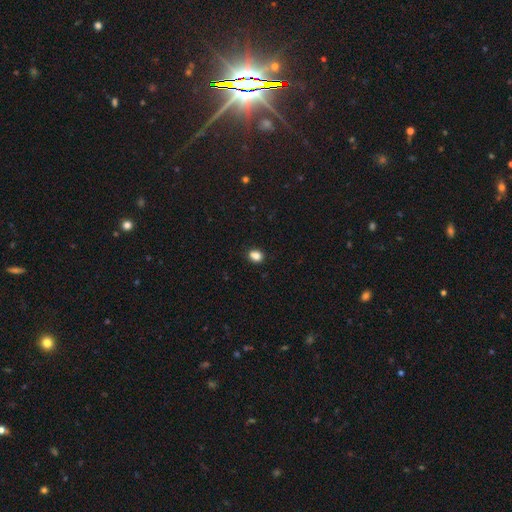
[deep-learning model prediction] smooth 84%, star or artifact 12%, featured or disk 5%. Down the decision tree: how rounded — in between (50%); merging — none (80%).